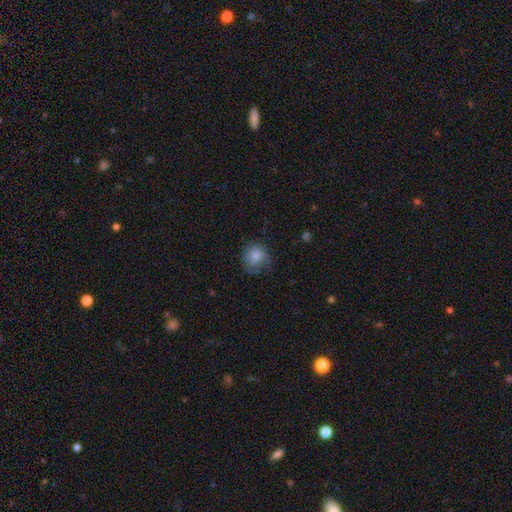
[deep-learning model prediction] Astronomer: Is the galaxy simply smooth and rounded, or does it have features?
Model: smooth — 78%.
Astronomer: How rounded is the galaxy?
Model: round — 79%.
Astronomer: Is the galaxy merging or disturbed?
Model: none — 61%.